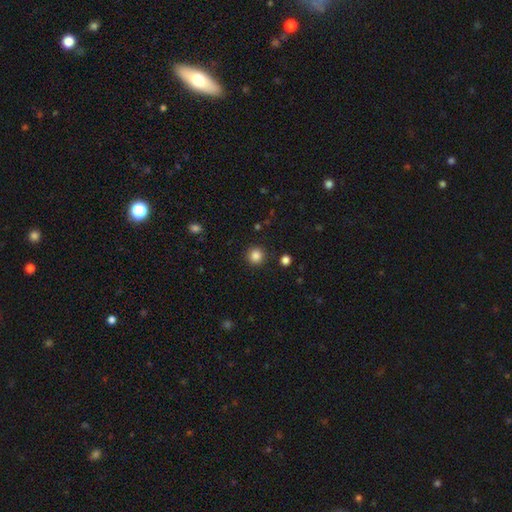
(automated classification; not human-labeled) smooth_or_featured: smooth (p=0.85) [alt: star or artifact p=0.11]
how_rounded: round (p=0.95) [alt: in between p=0.04]
merging: none (p=0.91) [alt: minor disturbance p=0.05]